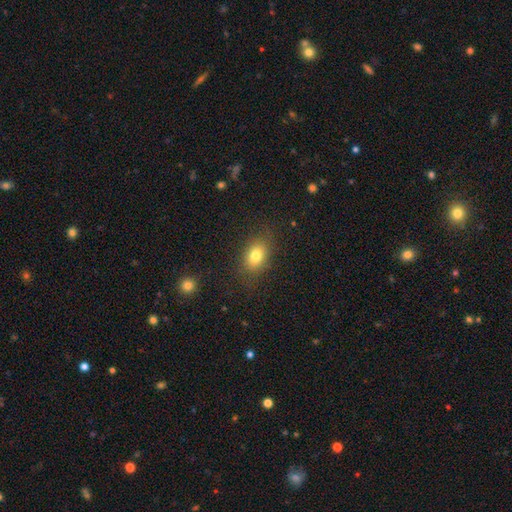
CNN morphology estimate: Smooth or featured?
  - smooth: 78% *
  - star or artifact: 11%
  - featured or disk: 11%
How rounded?
  - in between: 75% *
  - round: 23%
  - cigar-shaped: 2%
Merging?
  - none: 82% *
  - minor disturbance: 12%
  - major disturbance: 4%
  - merger: 1%